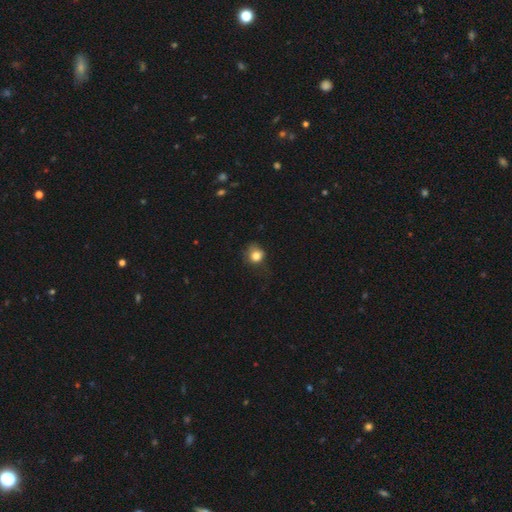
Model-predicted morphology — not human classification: Smooth or featured: smooth — 80% (star or artifact — 12%)
How rounded: round — 78% (in between — 21%)
Merging: none — 59% (minor disturbance — 27%)